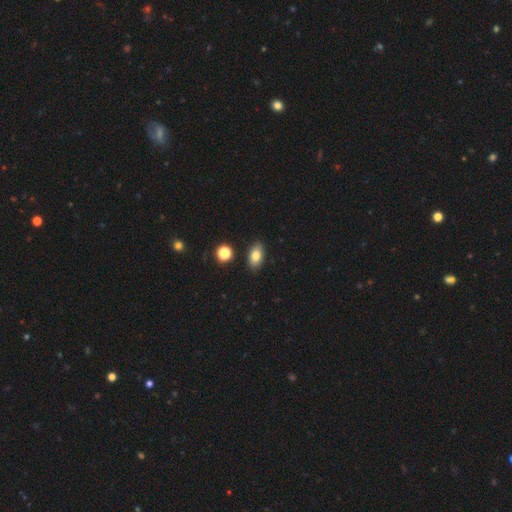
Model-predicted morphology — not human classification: A smooth galaxy with no disk features (80%) that is in between round and cigar-shaped (90%). Merging: none (87%).